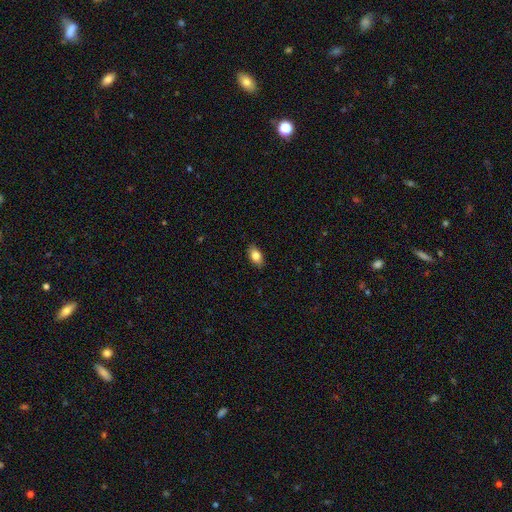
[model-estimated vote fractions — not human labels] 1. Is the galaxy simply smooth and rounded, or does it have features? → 83% smooth, 10% featured or disk, 8% star or artifact.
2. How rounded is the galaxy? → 90% in between, 7% round, 3% cigar-shaped.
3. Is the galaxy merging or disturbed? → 87% none, 10% minor disturbance, 2% major disturbance, 1% merger.